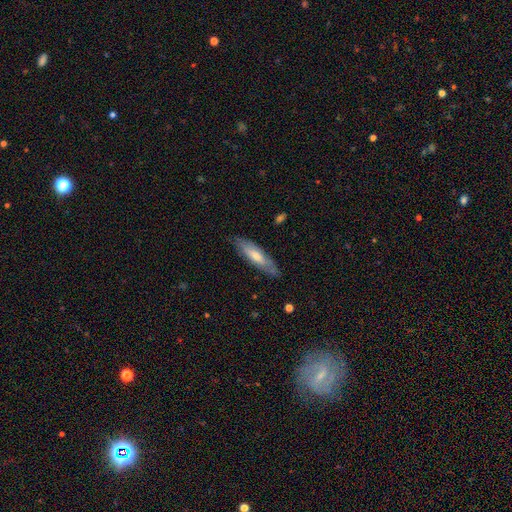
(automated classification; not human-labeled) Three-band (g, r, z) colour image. It shows a smooth galaxy with no disk features (57%) that is cigar-shaped (65%). Merging: none (79%).